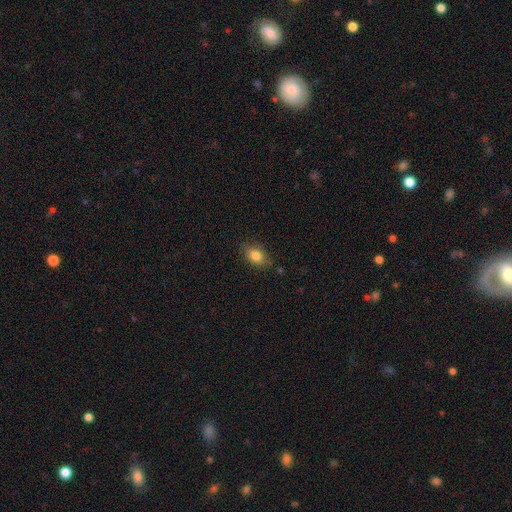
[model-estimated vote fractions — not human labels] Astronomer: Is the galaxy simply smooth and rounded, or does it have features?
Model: smooth — 83%.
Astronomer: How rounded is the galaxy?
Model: in between — 80%.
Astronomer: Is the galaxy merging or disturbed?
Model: none — 79%.